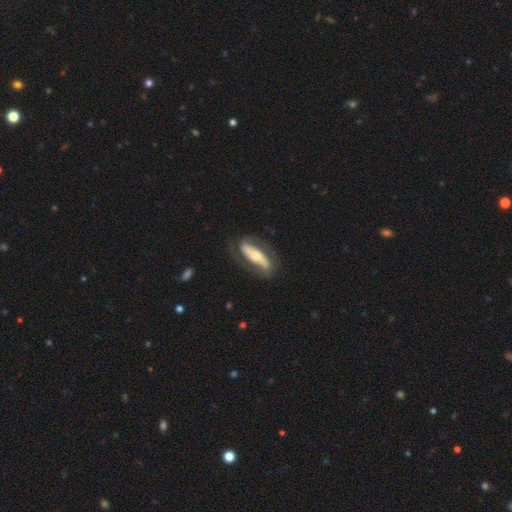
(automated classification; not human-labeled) Overall: featured or disk (69%). Edge-on disk: no (73%). Bar: strong (55%; no 29%). Spiral arms: yes (74%). Bulge size: moderate (56%; small 32%). Merging: none (74%).